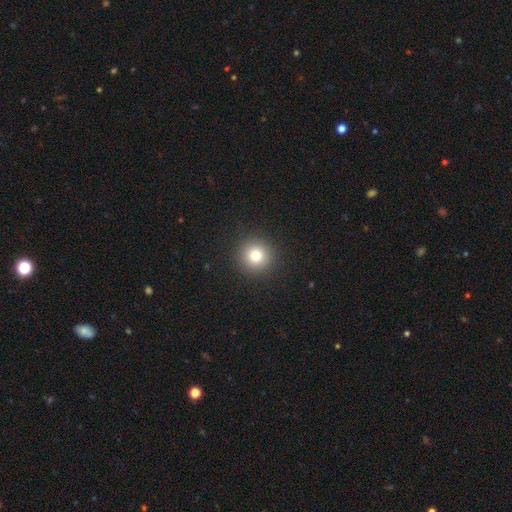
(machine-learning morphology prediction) A smooth galaxy with no disk features (79%) that is round (95%).

Vote fractions:
- Smooth or featured? smooth: 79% / star or artifact: 13% / featured or disk: 8%
- How rounded? round: 95% / in between: 4% / cigar-shaped: 1%
- Merging? none: 92% / minor disturbance: 5% / major disturbance: 2% / merger: 1%